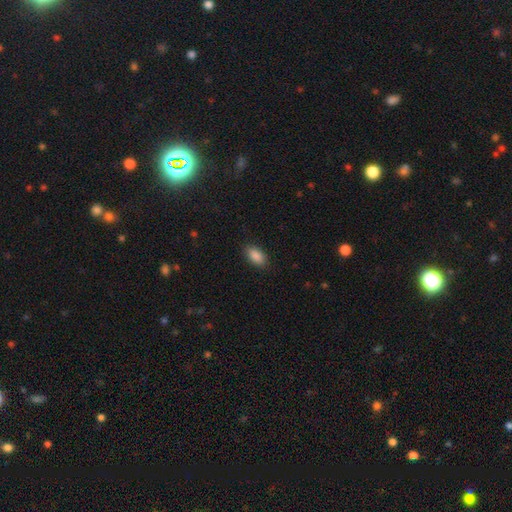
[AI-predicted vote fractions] Smooth or featured: smooth — 89% (star or artifact — 7%)
How rounded: in between — 93% (round — 5%)
Merging: none — 88% (minor disturbance — 9%)